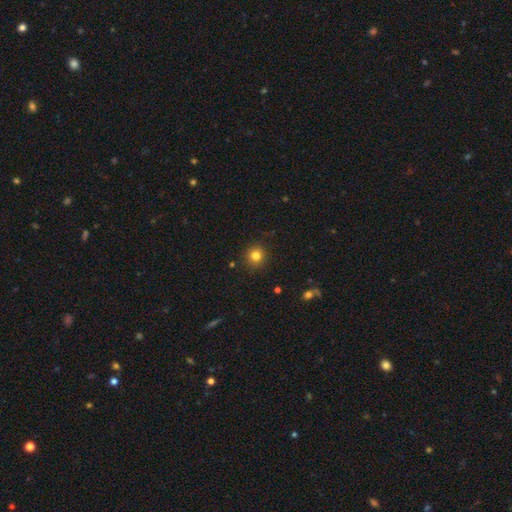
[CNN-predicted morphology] This appears to be a smooth galaxy with no disk features (81%) that is round (91%). Merging: none (90%).